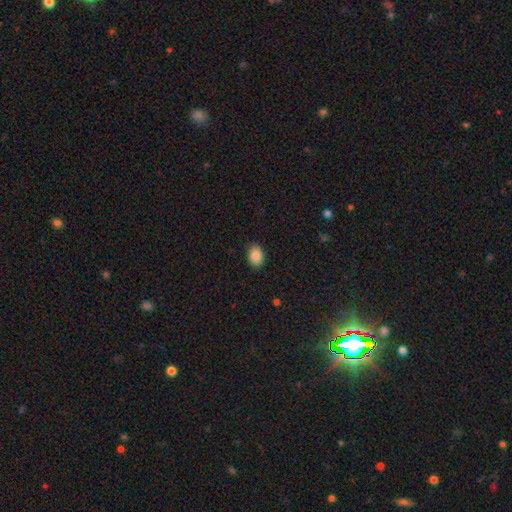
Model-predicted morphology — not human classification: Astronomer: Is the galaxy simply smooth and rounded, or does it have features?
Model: smooth — 88%.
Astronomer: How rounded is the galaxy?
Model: in between — 76%.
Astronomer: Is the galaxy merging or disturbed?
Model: none — 88%.